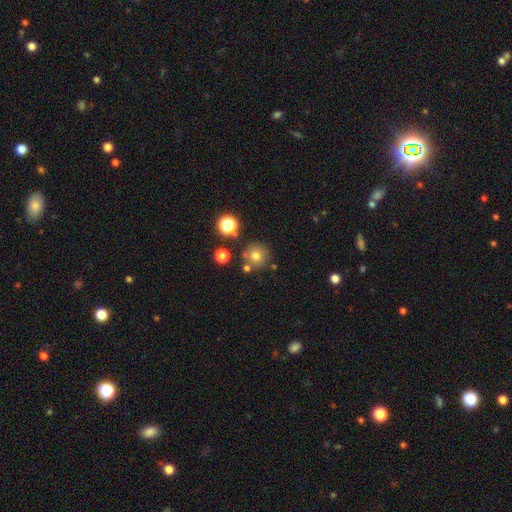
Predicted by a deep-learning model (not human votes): A smooth galaxy with no disk features (72%) that is round (93%). Merging: none (75%).